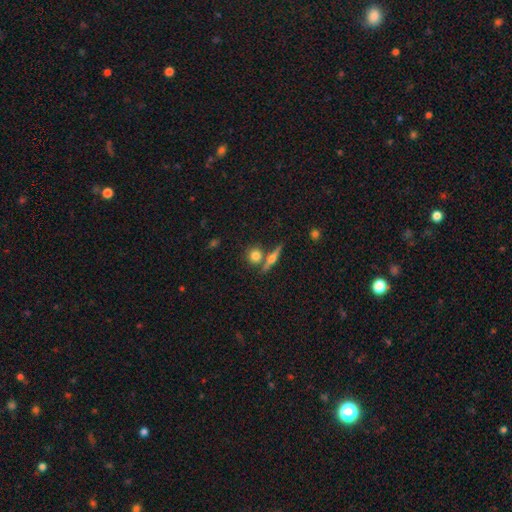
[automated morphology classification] Smooth or featured? smooth (67%)
How rounded? round (77%)
Merging? none (69%)